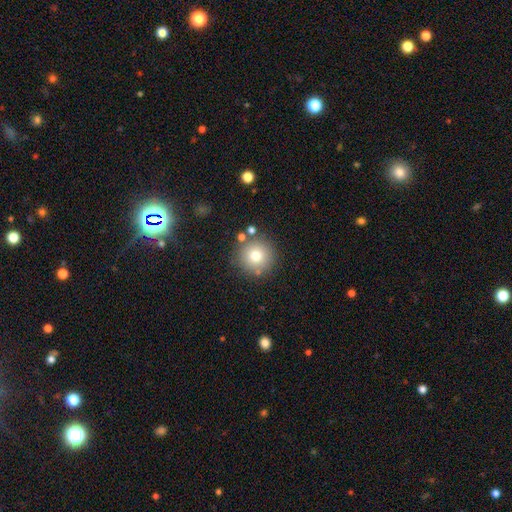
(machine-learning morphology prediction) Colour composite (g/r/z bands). It shows a smooth galaxy with no disk features (75%) that is round (95%). Merging: none (82%).